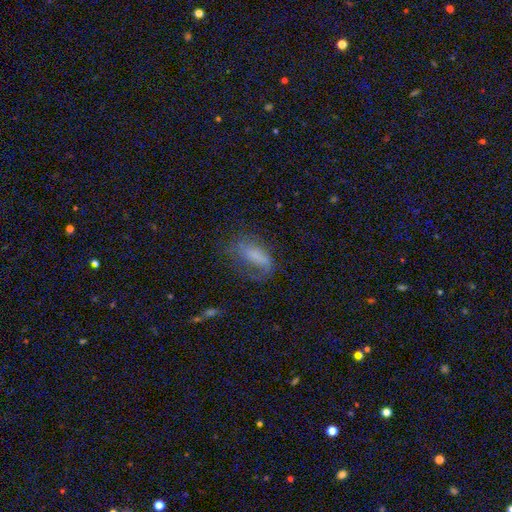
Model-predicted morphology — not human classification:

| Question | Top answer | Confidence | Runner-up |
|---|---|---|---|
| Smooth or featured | smooth | 49% | featured or disk (39%) |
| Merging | none | 37% | major disturbance (36%) |